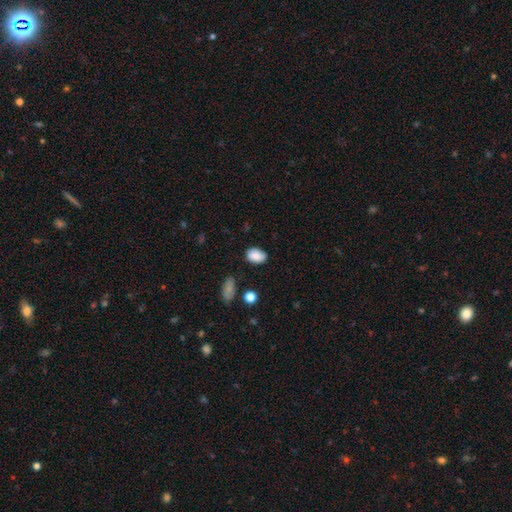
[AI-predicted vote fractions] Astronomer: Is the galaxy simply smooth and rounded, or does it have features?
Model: smooth — 86%.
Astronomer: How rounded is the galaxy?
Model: in between — 82%.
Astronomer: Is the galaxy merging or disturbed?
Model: none — 74%.